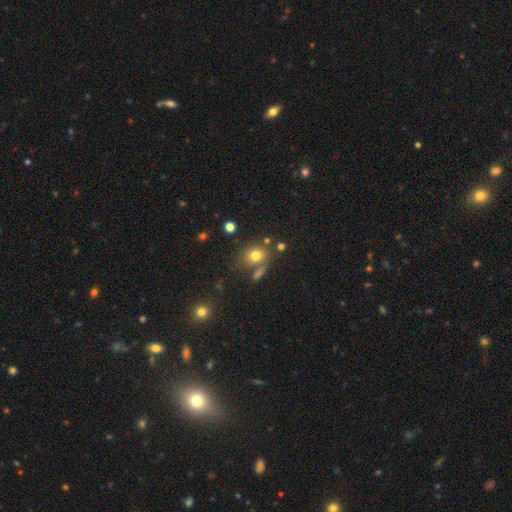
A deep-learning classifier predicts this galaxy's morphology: A smooth galaxy with no disk features (75%) that is round (54%). Merging: none (61%).